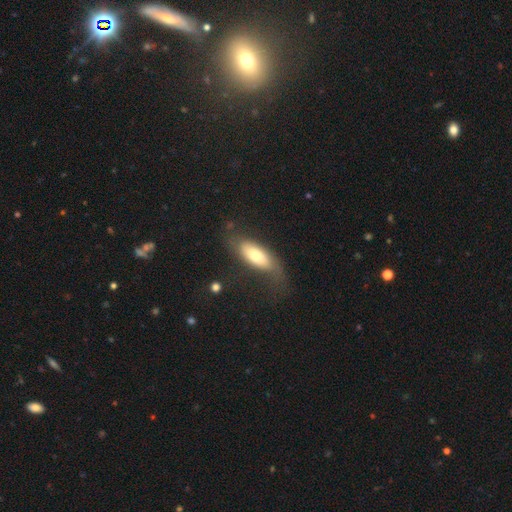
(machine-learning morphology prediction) smooth_or_featured: smooth (p=0.66) [alt: featured or disk p=0.28]
how_rounded: in between (p=0.78) [alt: cigar-shaped p=0.19]
merging: none (p=0.53) [alt: minor disturbance p=0.25]